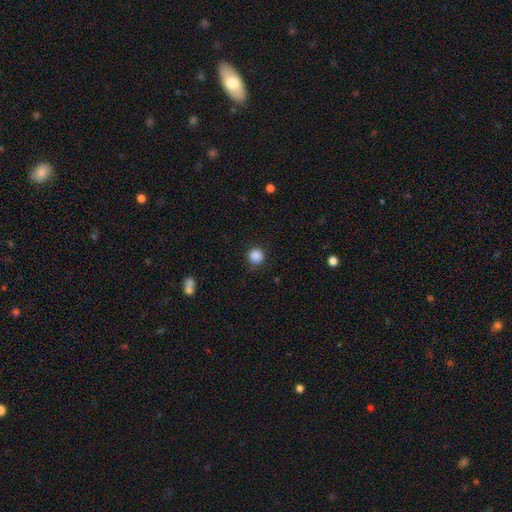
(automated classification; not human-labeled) Smooth or featured?
  - smooth: 87% *
  - star or artifact: 10%
  - featured or disk: 3%
How rounded?
  - round: 94% *
  - in between: 5%
  - cigar-shaped: 1%
Merging?
  - none: 90% *
  - minor disturbance: 7%
  - major disturbance: 2%
  - merger: 1%